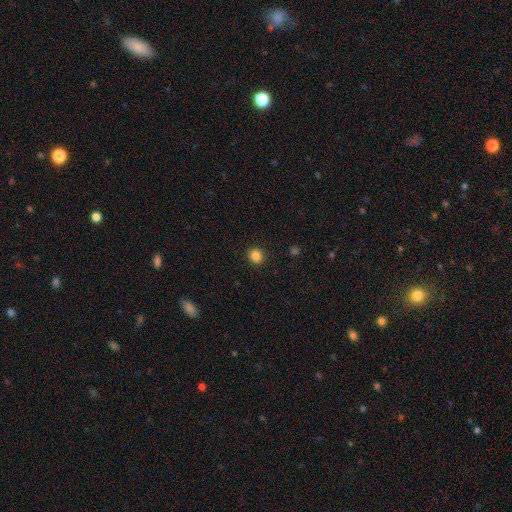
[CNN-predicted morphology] A smooth galaxy with no disk features (85%) that is round (84%). Merging: none (92%).